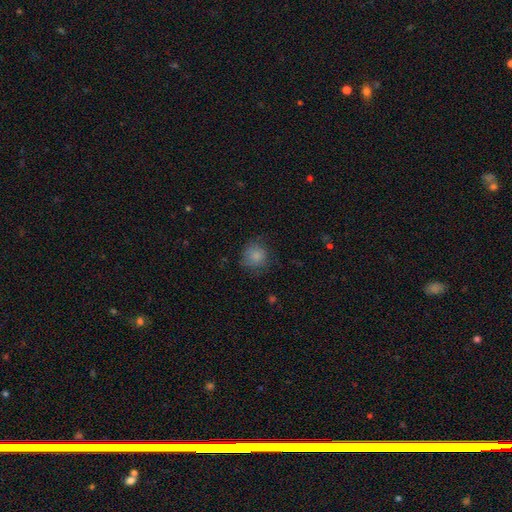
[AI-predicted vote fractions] Overall: smooth (82%). How rounded: round (87%). Merging: none (71%).